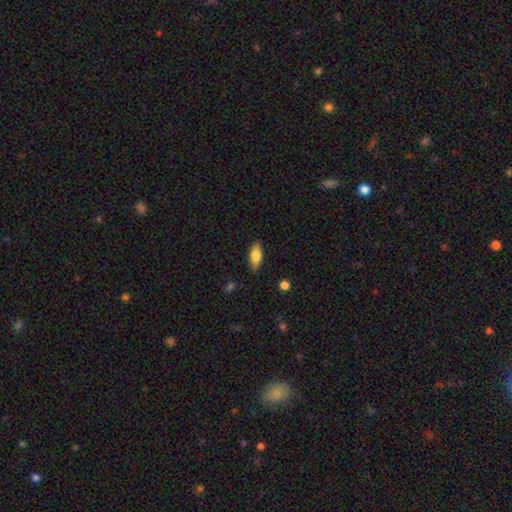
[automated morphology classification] Q: Smooth or featured?
A: smooth (76%); runner-up: featured or disk (17%)
Q: How rounded?
A: in between (77%); runner-up: cigar-shaped (20%)
Q: Merging?
A: none (85%); runner-up: minor disturbance (11%)